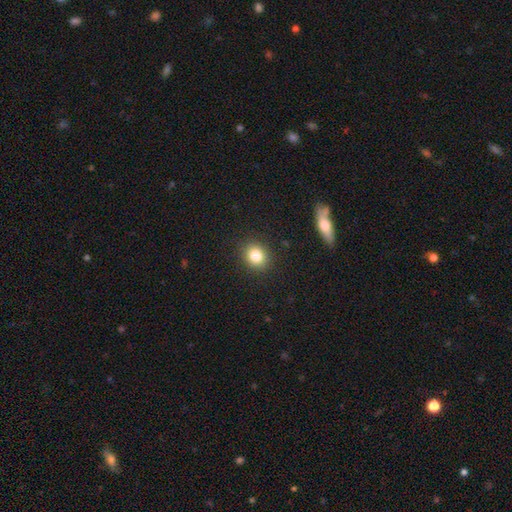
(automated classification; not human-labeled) The model was most divided on "how rounded": round: 70%, in between: 29%, cigar-shaped: 1%. More confident: merging — none (90%); smooth or featured — smooth (82%).